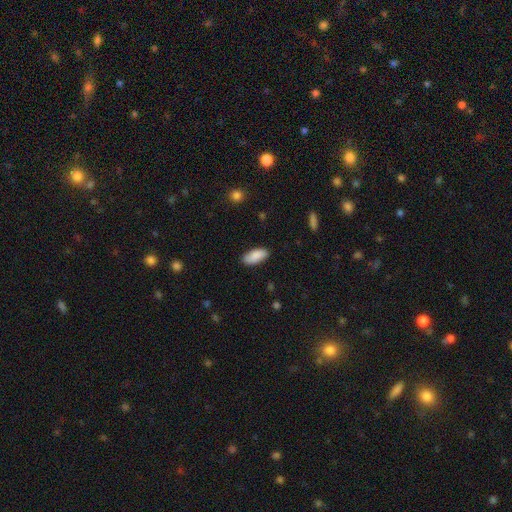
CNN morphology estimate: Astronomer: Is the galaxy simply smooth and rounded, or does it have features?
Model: smooth — 87%.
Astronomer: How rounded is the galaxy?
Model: in between — 89%.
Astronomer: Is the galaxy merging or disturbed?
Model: none — 85%.